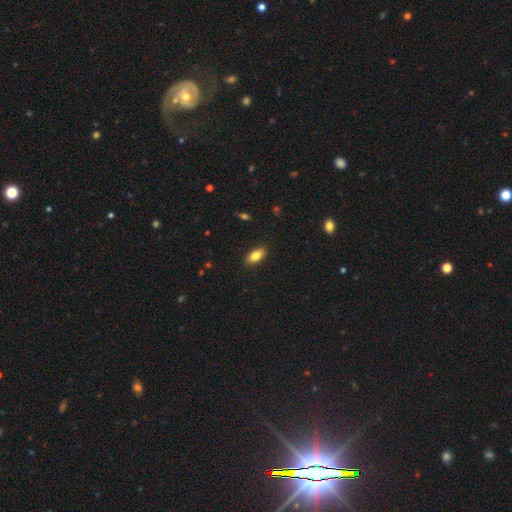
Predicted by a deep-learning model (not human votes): This appears to be a smooth galaxy with no disk features (80%) that is in between round and cigar-shaped (86%). Merging: none (89%).